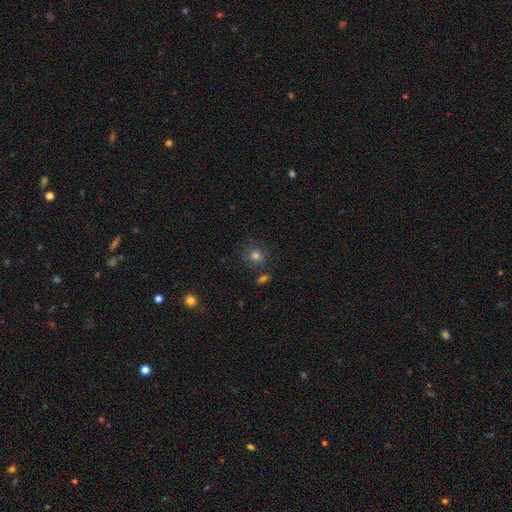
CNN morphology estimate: Smooth or featured?
  - smooth: 69% *
  - star or artifact: 18%
  - featured or disk: 13%
How rounded?
  - round: 86% *
  - in between: 13%
  - cigar-shaped: 1%
Merging?
  - none: 75% *
  - minor disturbance: 13%
  - merger: 6%
  - major disturbance: 5%